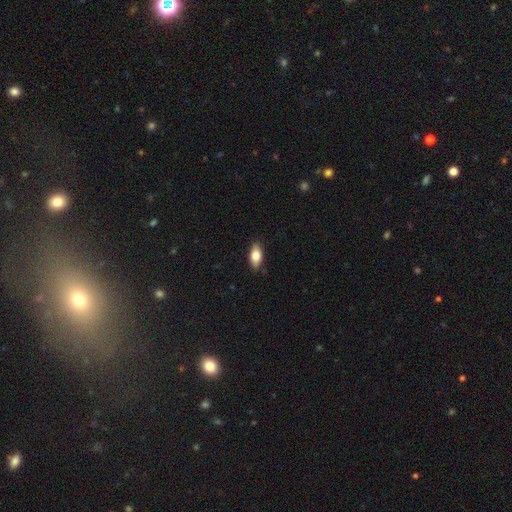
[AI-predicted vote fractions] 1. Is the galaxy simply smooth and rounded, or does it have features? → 76% smooth, 17% featured or disk, 7% star or artifact.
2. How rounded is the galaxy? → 87% in between, 9% cigar-shaped, 3% round.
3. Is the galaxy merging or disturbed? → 84% none, 12% minor disturbance, 2% major disturbance, 1% merger.